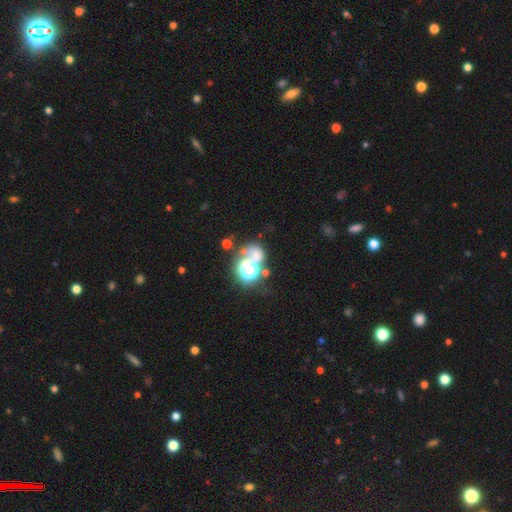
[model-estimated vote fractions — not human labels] Smooth or featured? smooth (44%)
Merging? merger (39%)